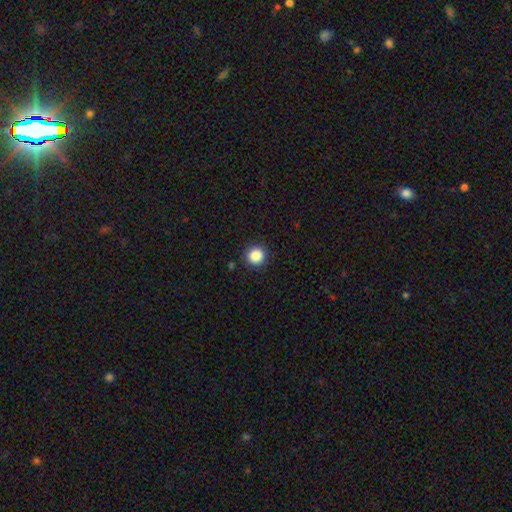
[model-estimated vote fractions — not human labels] Smooth or featured: smooth — 87% (star or artifact — 10%)
How rounded: round — 94% (in between — 5%)
Merging: none — 90% (minor disturbance — 7%)